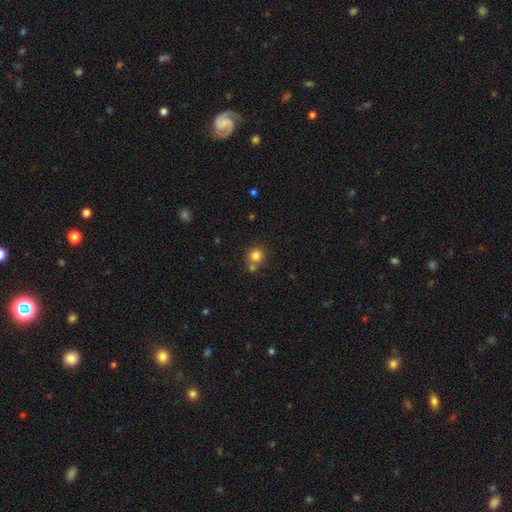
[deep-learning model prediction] Morphology: type=smooth (82%); roundness=round (88%); merging=none (62%).